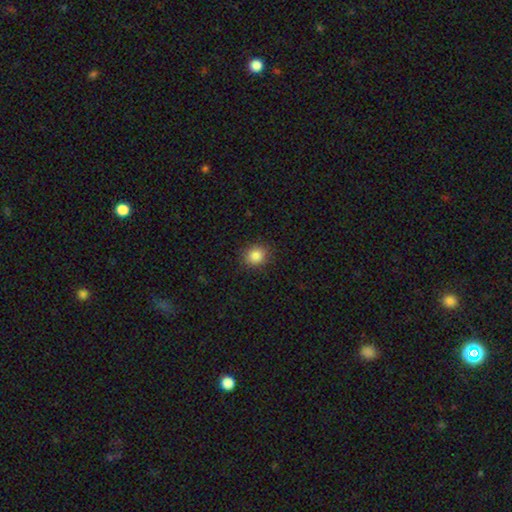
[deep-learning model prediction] Morphology: type=smooth (86%); roundness=round (81%); merging=none (89%).